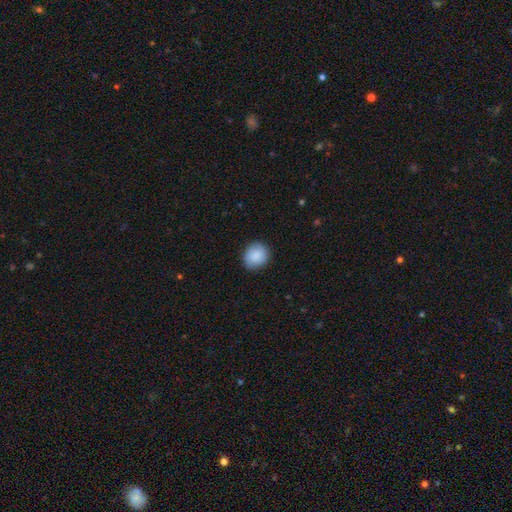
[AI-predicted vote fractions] Morphology: type=smooth (89%); roundness=round (78%); merging=none (88%).